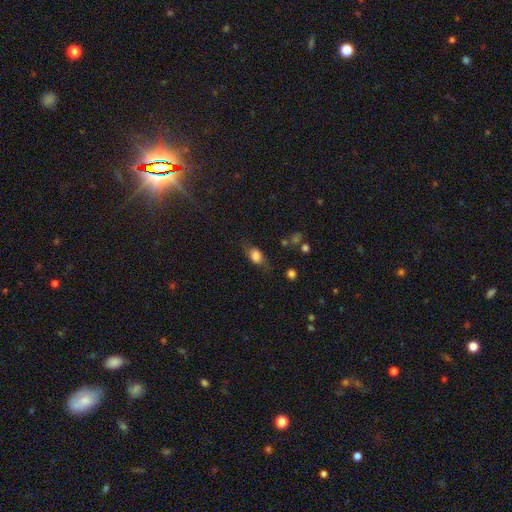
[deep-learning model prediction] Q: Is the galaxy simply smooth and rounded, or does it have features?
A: smooth — 75%.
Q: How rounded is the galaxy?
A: in between — 73%.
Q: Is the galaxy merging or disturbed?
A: none — 65%.